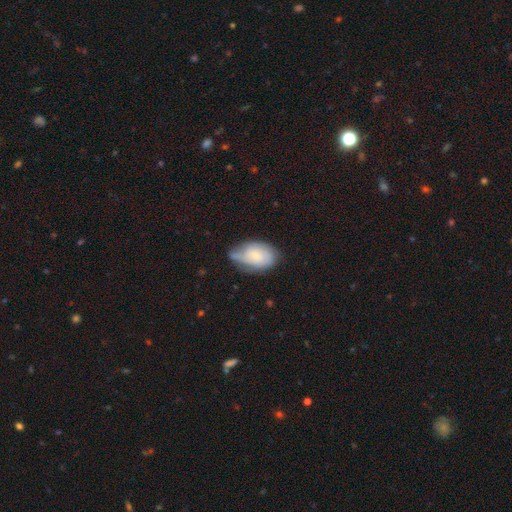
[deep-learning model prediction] Smooth or featured?
  - smooth: 57% *
  - featured or disk: 36%
  - star or artifact: 8%
How rounded?
  - in between: 89% *
  - round: 9%
  - cigar-shaped: 1%
Merging?
  - none: 46% *
  - minor disturbance: 38%
  - major disturbance: 13%
  - merger: 4%